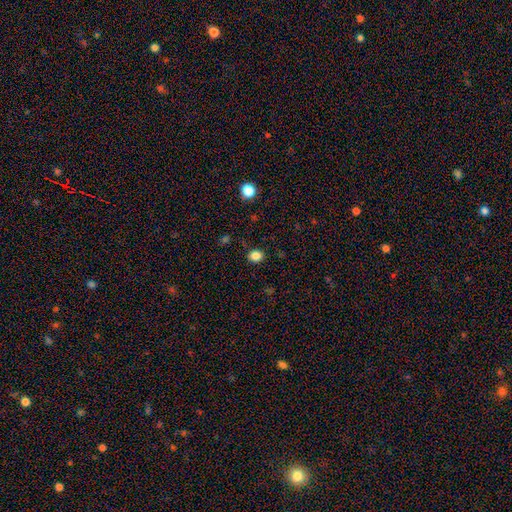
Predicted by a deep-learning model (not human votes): This appears to be a smooth galaxy with no disk features (84%) that is round (58%). Merging: none (88%).